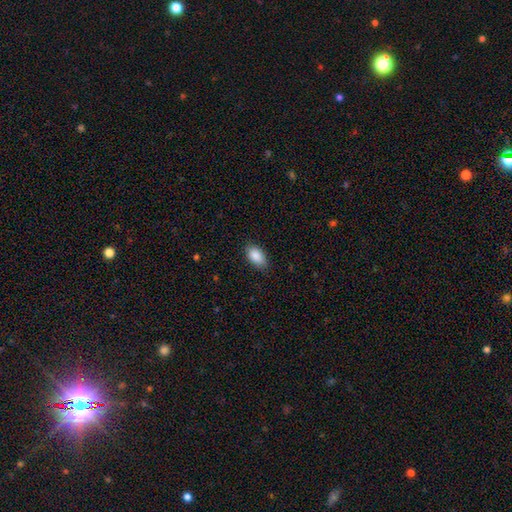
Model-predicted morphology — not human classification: type=smooth (89%); roundness=in between (93%); merging=none (83%).